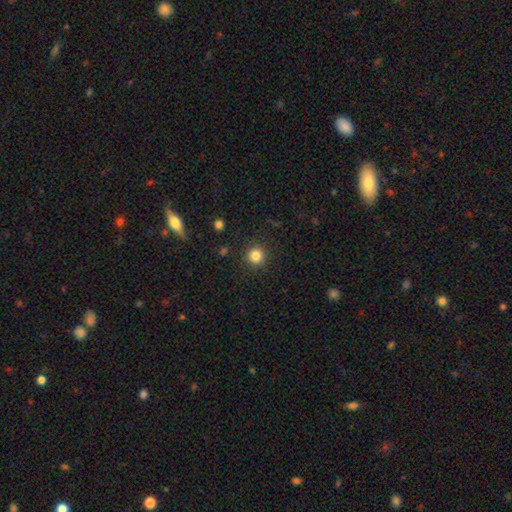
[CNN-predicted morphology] smooth-or-featured: smooth: 83% | star or artifact: 12% | featured or disk: 5%
  how-rounded: round: 95% | in between: 4% | cigar-shaped: 1%
  merging: none: 91% | minor disturbance: 6% | major disturbance: 2% | merger: 1%